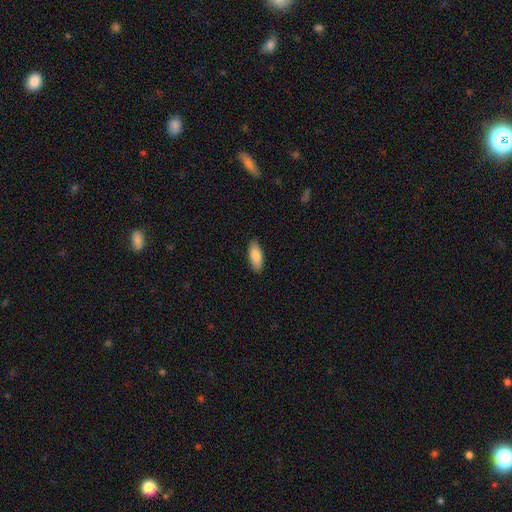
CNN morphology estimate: This appears to be a smooth galaxy with no disk features (88%) that is in between round and cigar-shaped (82%). Merging: none (88%).